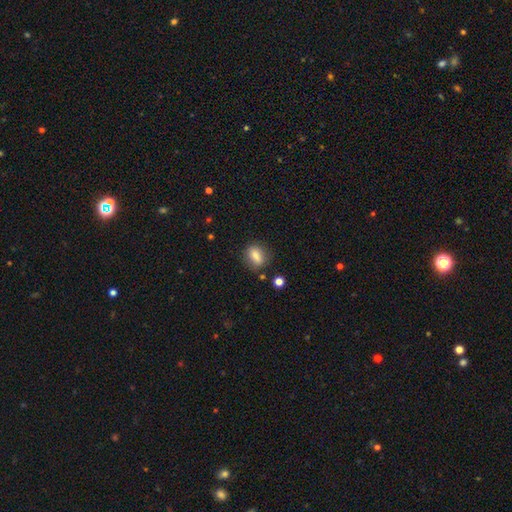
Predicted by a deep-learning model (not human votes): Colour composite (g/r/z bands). It shows a smooth galaxy with no disk features (80%) that is in between round and cigar-shaped (65%). Merging: none (77%).